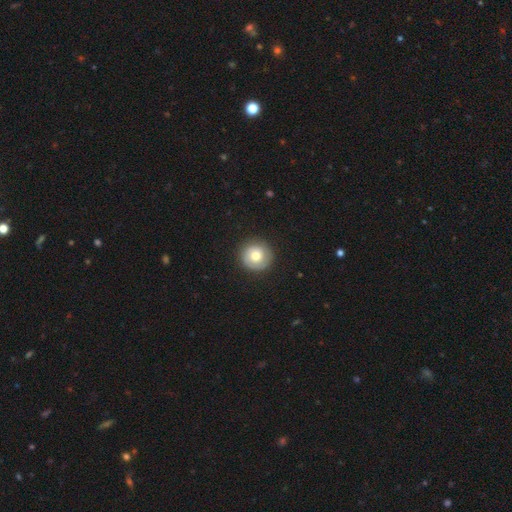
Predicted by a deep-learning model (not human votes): Smooth or featured? Predicted: smooth (p=0.64). How rounded? Predicted: round (p=0.94). Merging? Predicted: none (p=0.87).